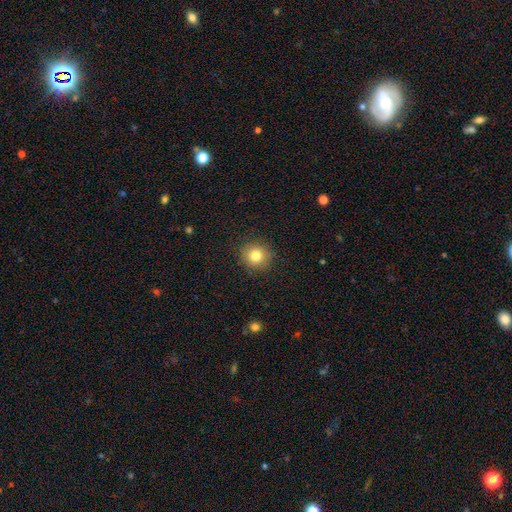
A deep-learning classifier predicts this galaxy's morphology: smooth 81%, star or artifact 11%, featured or disk 8%. Down the decision tree: how rounded — round (91%); merging — none (89%).